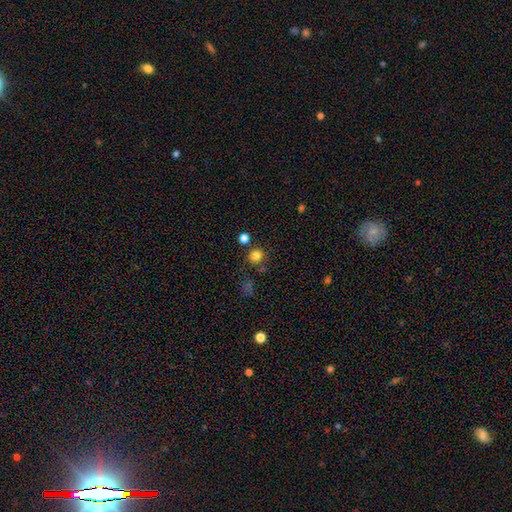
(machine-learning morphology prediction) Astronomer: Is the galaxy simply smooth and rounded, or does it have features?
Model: smooth — 79%.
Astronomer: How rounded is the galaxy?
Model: round — 88%.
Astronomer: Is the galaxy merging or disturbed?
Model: none — 76%.